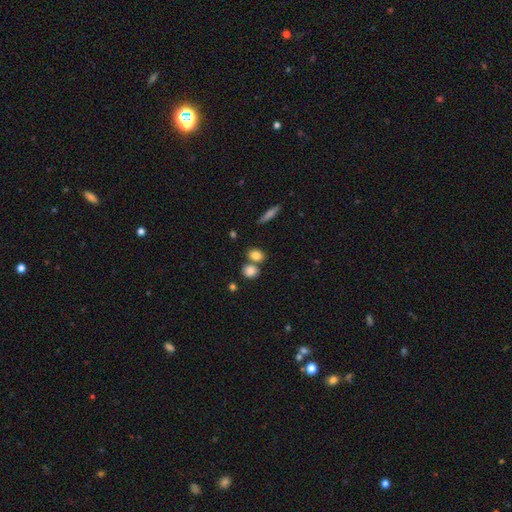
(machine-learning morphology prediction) smooth 83%, star or artifact 9%, featured or disk 8%. Down the decision tree: how rounded — in between (53%); merging — none (56%).